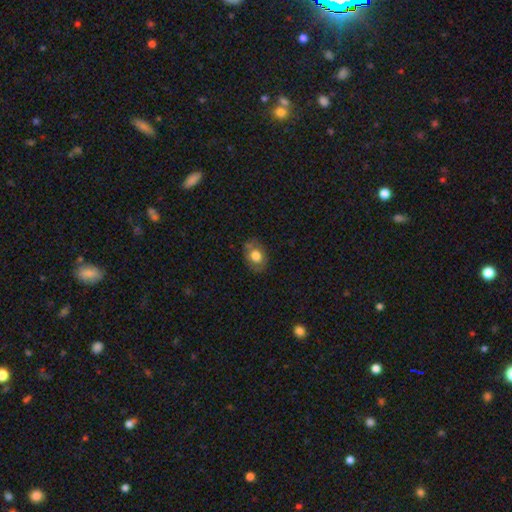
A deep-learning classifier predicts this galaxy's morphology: smooth 69%, featured or disk 23%, star or artifact 8%. Down the decision tree: how rounded — in between (70%); merging — none (76%).